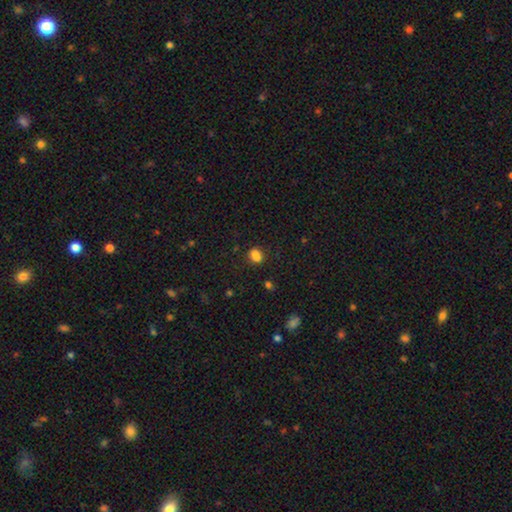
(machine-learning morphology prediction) Smooth or featured: smooth — 82% (star or artifact — 13%)
How rounded: in between — 66% (round — 32%)
Merging: none — 78% (minor disturbance — 14%)